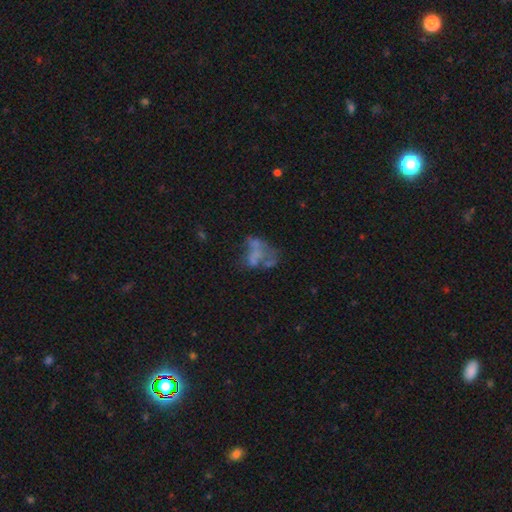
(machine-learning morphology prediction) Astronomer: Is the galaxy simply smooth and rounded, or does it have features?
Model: featured or disk — 51% (runner-up: smooth, 33%).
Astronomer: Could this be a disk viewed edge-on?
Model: no — 98%.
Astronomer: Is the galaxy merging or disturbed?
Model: major disturbance — 31% (runner-up: none, 28%).